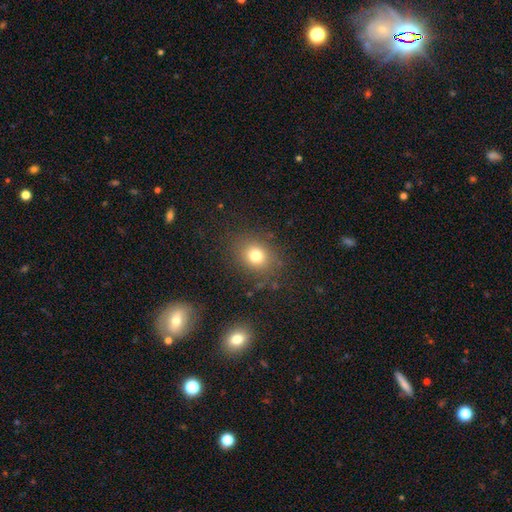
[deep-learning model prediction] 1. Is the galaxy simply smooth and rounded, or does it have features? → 77% smooth, 14% star or artifact, 9% featured or disk.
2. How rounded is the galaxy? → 63% round, 36% in between, 1% cigar-shaped.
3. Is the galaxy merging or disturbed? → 83% none, 10% minor disturbance, 5% major disturbance, 2% merger.